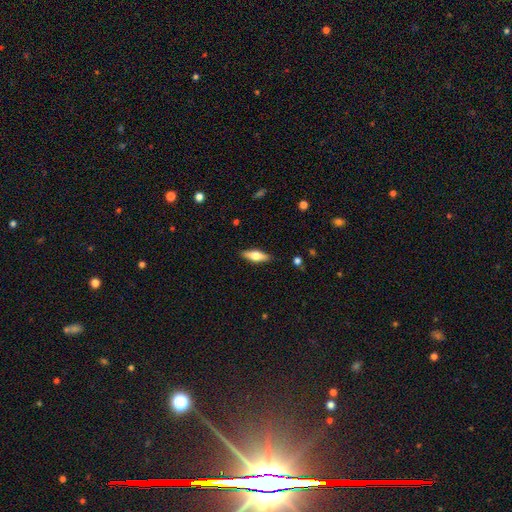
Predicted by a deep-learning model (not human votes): Smooth or featured? Predicted: smooth (p=0.54). How rounded? Predicted: in between (p=0.52). Merging? Predicted: none (p=0.88).